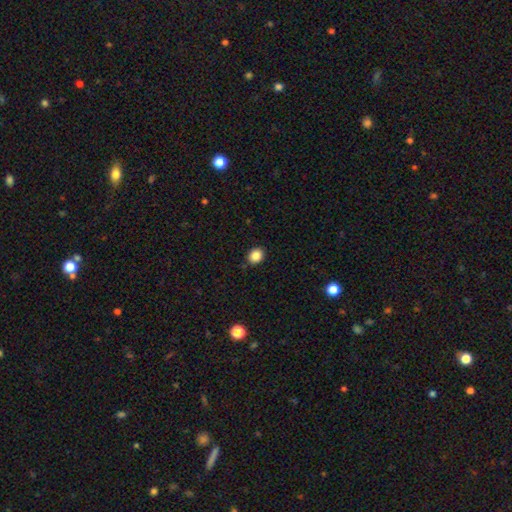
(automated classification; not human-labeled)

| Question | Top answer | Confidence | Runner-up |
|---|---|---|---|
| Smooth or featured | smooth | 86% | star or artifact (10%) |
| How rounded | round | 66% | in between (33%) |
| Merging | none | 87% | minor disturbance (9%) |